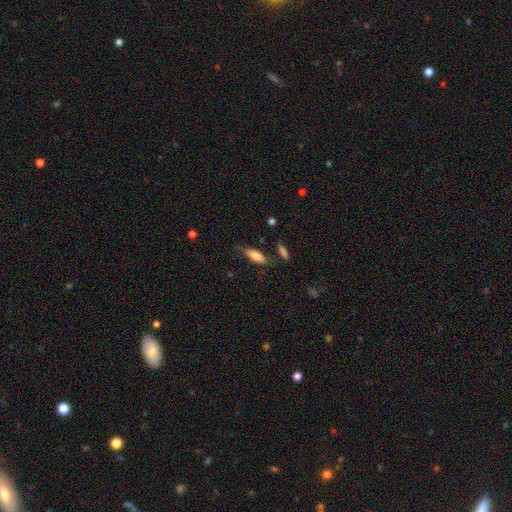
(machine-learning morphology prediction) This appears to be a smooth galaxy with no disk features (73%) that is in between round and cigar-shaped (59%). Merging: none (62%).